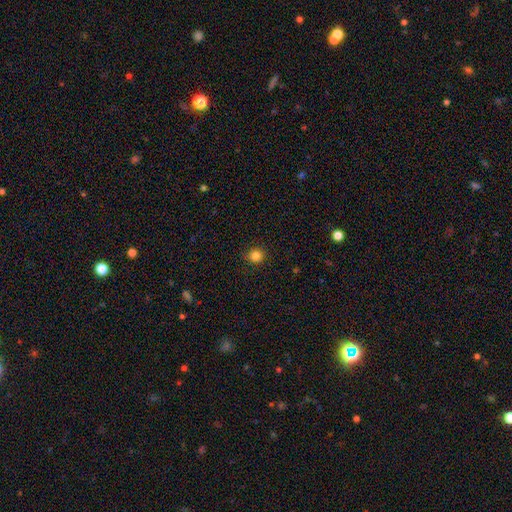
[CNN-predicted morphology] This is clearly a smooth galaxy (85%). How rounded: clearly round (92%). Merging: clearly none (90%).